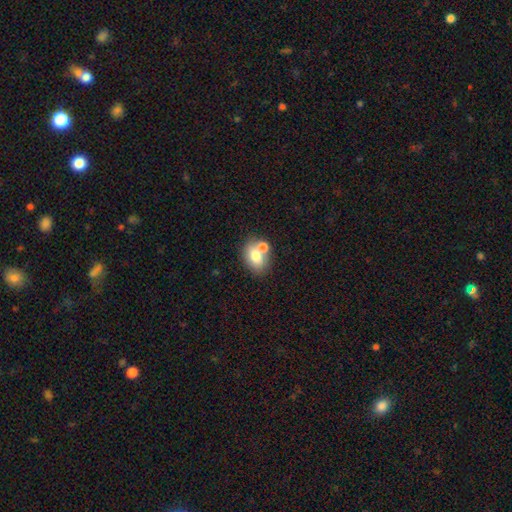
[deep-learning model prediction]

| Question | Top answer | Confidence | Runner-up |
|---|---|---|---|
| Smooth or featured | smooth | 72% | featured or disk (18%) |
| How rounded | in between | 72% | round (27%) |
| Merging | none | 51% | merger (34%) |